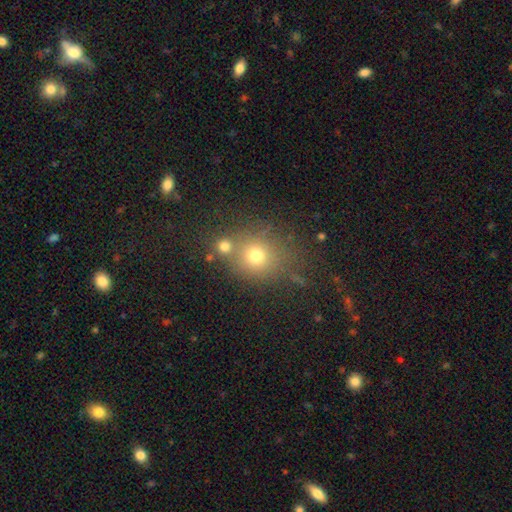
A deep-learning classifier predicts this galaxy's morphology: Smooth or featured? smooth (70%)
How rounded? round (79%)
Merging? none (64%)